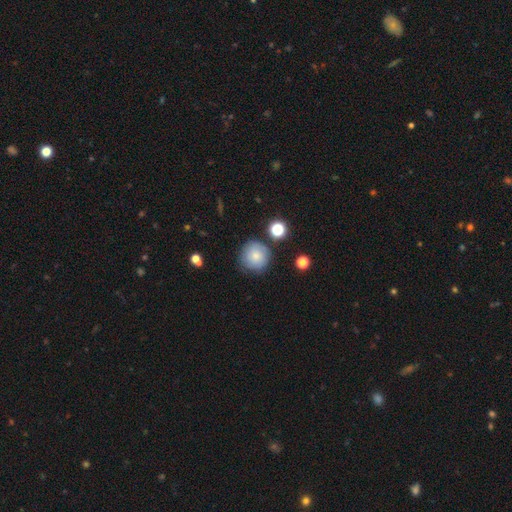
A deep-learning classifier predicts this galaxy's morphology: This is likely a smooth galaxy (77%). How rounded: clearly round (93%). Merging: likely none (77%).